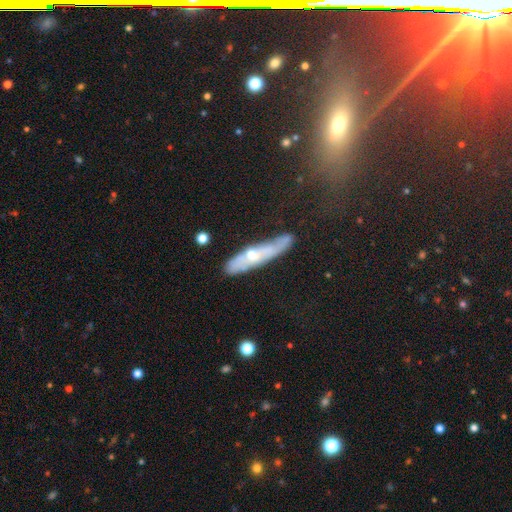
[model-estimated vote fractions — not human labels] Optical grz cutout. It shows a featured or disk galaxy (57%) viewed edge-on (56%). Merging: none (70%).